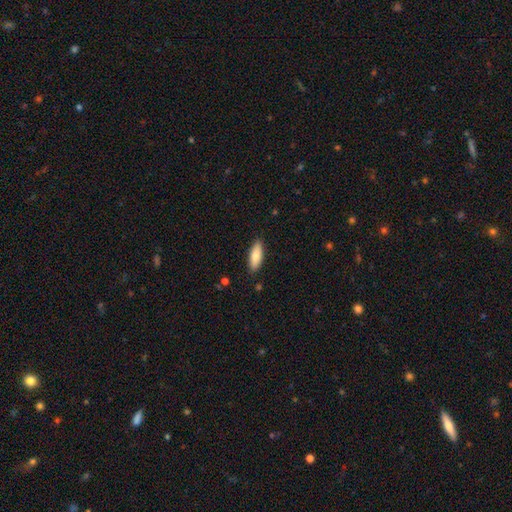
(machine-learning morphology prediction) This appears to be a smooth galaxy with no disk features (79%) that is in between round and cigar-shaped (64%). Merging: none (88%).